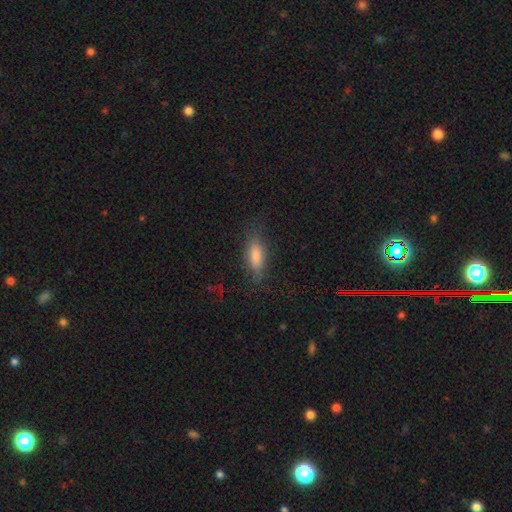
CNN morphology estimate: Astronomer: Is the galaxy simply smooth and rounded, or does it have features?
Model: smooth — 77%.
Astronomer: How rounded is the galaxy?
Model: in between — 59% (runner-up: cigar-shaped, 38%).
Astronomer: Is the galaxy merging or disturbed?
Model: none — 78%.